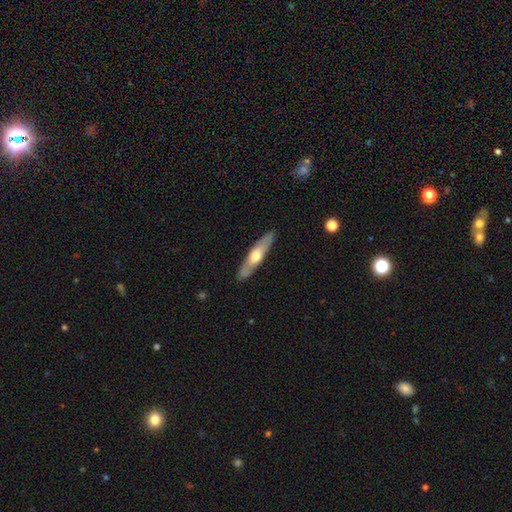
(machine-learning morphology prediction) Overall: featured or disk (49%; smooth 46%). Merging: none (89%).